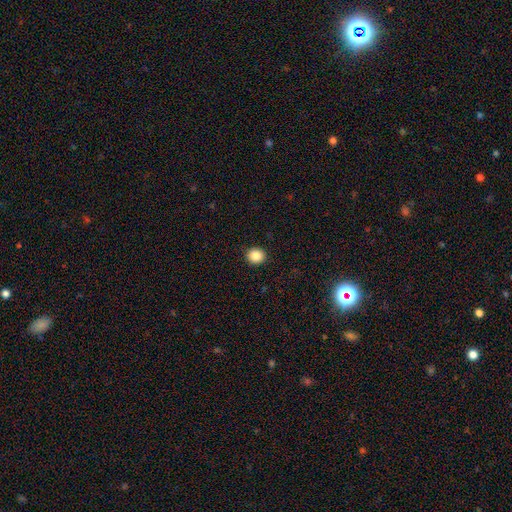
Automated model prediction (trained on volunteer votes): Morphology: type=smooth (86%); roundness=round (83%); merging=none (92%).